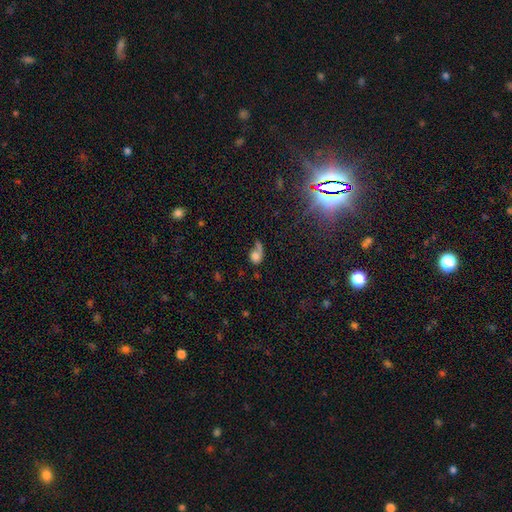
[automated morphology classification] smooth-or-featured: smooth: 61% | featured or disk: 24% | star or artifact: 15%
  how-rounded: in between: 56% | round: 41% | cigar-shaped: 2%
  merging: major disturbance: 31% | none: 29% | merger: 22% | minor disturbance: 18%